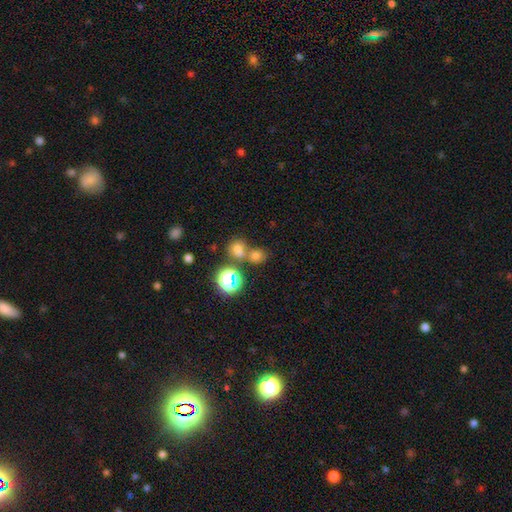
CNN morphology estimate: Smooth or featured: smooth — 67% (star or artifact — 25%)
How rounded: round — 63% (in between — 36%)
Merging: none — 48% (merger — 38%)